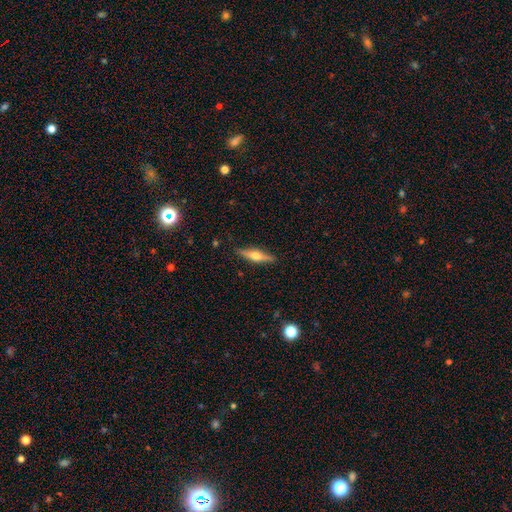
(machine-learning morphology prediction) Q: Smooth or featured?
A: featured or disk (62%); runner-up: smooth (32%)
Q: Edge-on disk?
A: yes (96%); runner-up: no (4%)
Q: Edge-on bulge?
A: rounded (93%); runner-up: boxy (4%)
Q: Merging?
A: none (89%); runner-up: minor disturbance (8%)